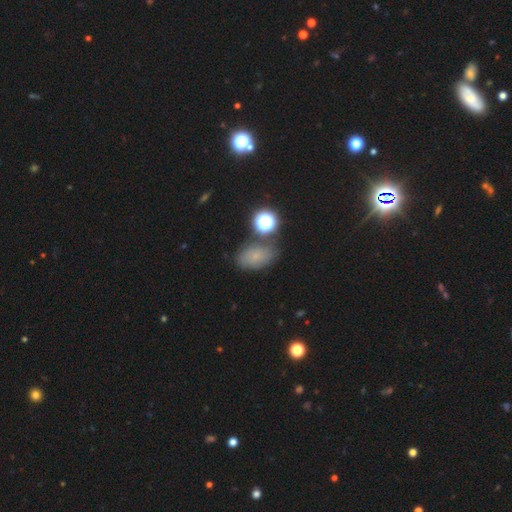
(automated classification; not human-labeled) smooth-or-featured: smooth: 61% | star or artifact: 25% | featured or disk: 13%
  how-rounded: in between: 82% | round: 16% | cigar-shaped: 2%
  merging: none: 69% | minor disturbance: 18% | merger: 7% | major disturbance: 6%